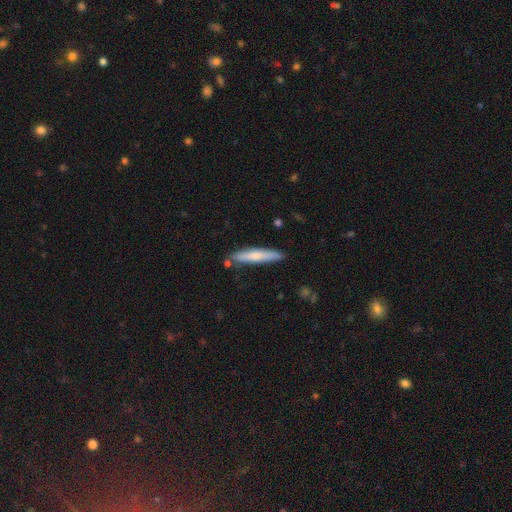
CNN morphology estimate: Q: Smooth or featured?
A: smooth (66%); runner-up: featured or disk (28%)
Q: How rounded?
A: cigar-shaped (92%); runner-up: in between (6%)
Q: Merging?
A: none (84%); runner-up: minor disturbance (11%)